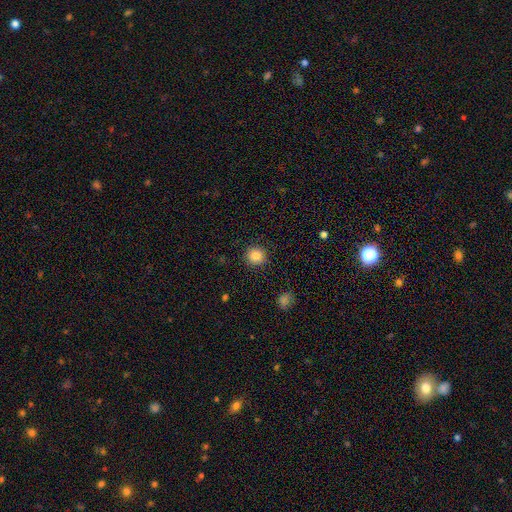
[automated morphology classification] smooth 86%, star or artifact 10%, featured or disk 4%. Down the decision tree: how rounded — round (93%); merging — none (91%).